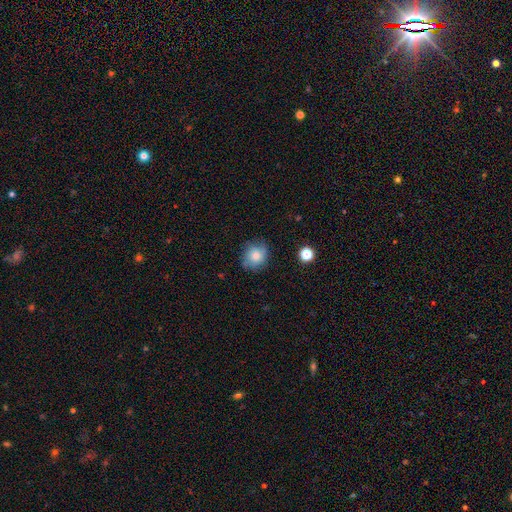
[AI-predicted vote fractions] smooth_or_featured: smooth (p=0.69) [alt: featured or disk p=0.20]
how_rounded: round (p=0.76) [alt: in between p=0.23]
merging: none (p=0.73) [alt: minor disturbance p=0.20]